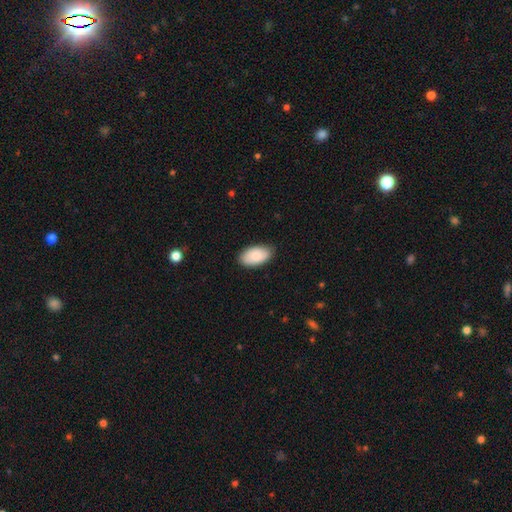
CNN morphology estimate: Overall: smooth (85%). How rounded: in between (95%). Merging: none (84%).